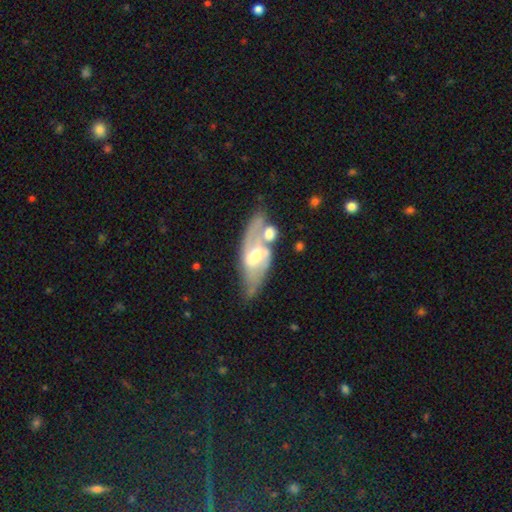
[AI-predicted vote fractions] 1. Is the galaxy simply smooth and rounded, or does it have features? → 79% featured or disk, 16% smooth, 6% star or artifact.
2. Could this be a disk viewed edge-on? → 88% no, 12% yes.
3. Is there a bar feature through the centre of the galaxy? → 46% weak, 35% strong, 19% no.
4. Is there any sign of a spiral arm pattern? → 85% yes, 15% no.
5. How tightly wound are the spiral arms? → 44% medium, 37% loose, 19% tight.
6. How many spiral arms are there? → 82% 2, 10% can't tell, 4% 1, 2% 3, 1% 4, 1% more than 4.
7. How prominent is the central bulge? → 64% moderate, 22% small, 11% large, 2% none, 1% dominant.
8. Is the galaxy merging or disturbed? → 48% none, 22% merger, 20% minor disturbance, 11% major disturbance.